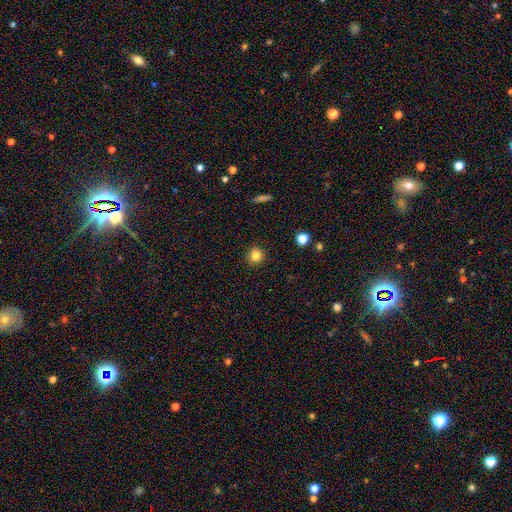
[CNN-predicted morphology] Overall: smooth (82%). How rounded: round (93%). Merging: none (92%).